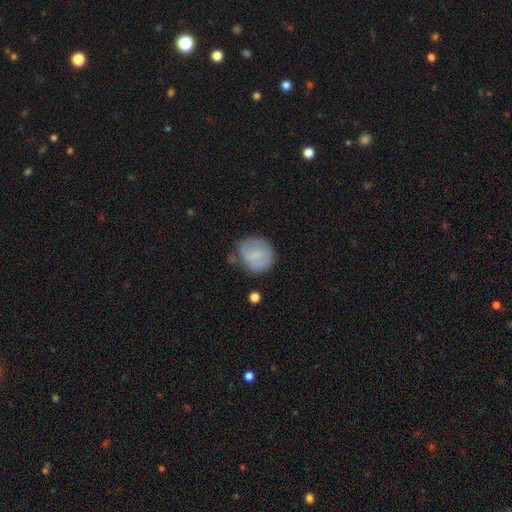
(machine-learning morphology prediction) A smooth galaxy with no disk features (69%) that is round (78%).

Vote fractions:
- Smooth or featured? smooth: 69% / featured or disk: 23% / star or artifact: 7%
- How rounded? round: 78% / in between: 21% / cigar-shaped: 1%
- Merging? none: 63% / minor disturbance: 25% / major disturbance: 7% / merger: 5%